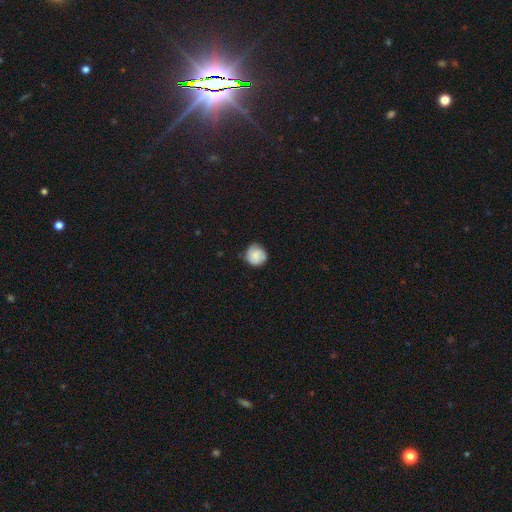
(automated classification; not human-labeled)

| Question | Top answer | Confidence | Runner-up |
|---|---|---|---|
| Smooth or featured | smooth | 76% | featured or disk (16%) |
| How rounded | round | 91% | in between (8%) |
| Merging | none | 75% | minor disturbance (20%) |